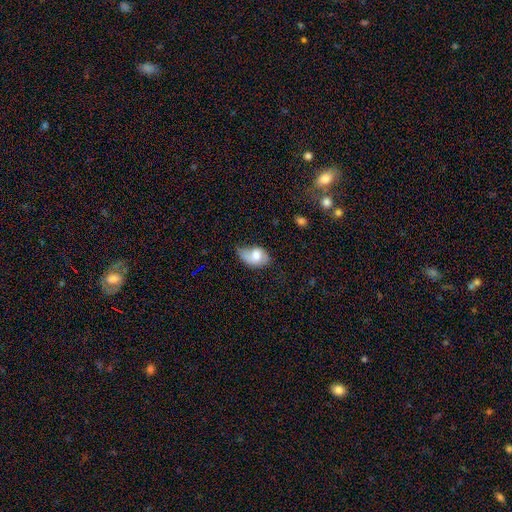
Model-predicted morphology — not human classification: smooth 61%, featured or disk 31%, star or artifact 8%. Down the decision tree: how rounded — in between (86%); merging — minor disturbance (42%).